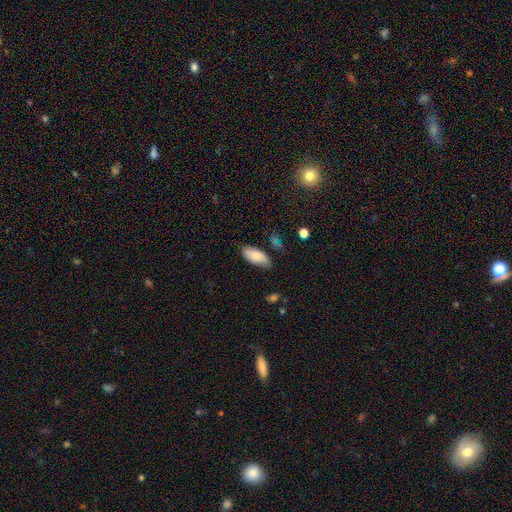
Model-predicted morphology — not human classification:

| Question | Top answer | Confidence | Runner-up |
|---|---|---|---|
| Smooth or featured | smooth | 82% | featured or disk (11%) |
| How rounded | in between | 90% | cigar-shaped (9%) |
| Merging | none | 71% | minor disturbance (22%) |